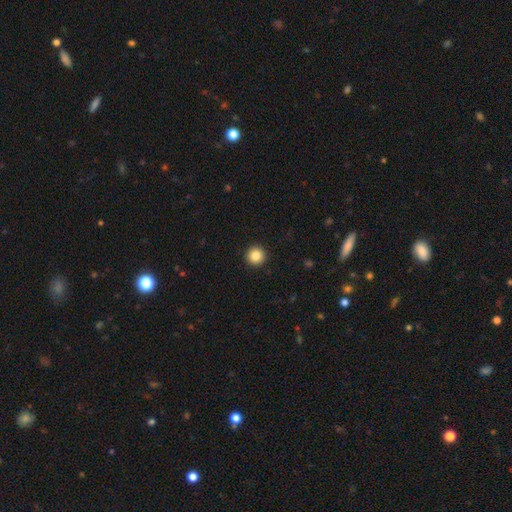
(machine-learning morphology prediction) smooth 85%, star or artifact 10%, featured or disk 5%. Down the decision tree: how rounded — round (96%); merging — none (94%).